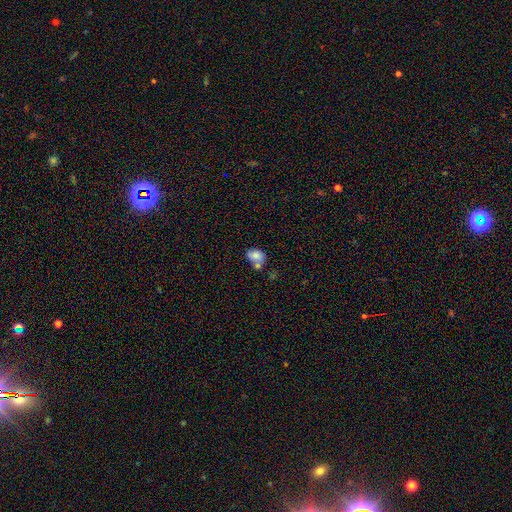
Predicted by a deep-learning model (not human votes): Overall: smooth (76%). How rounded: in between (73%). Merging: merger (39%; none 35%).